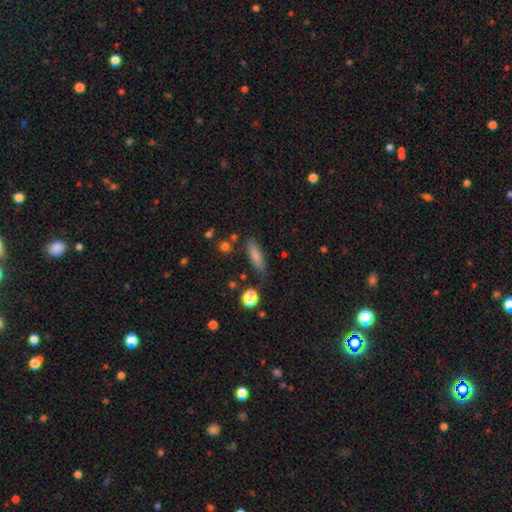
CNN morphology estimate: Smooth or featured? Predicted: smooth (p=0.79). How rounded? Predicted: cigar-shaped (p=0.54). Merging? Predicted: none (p=0.76).